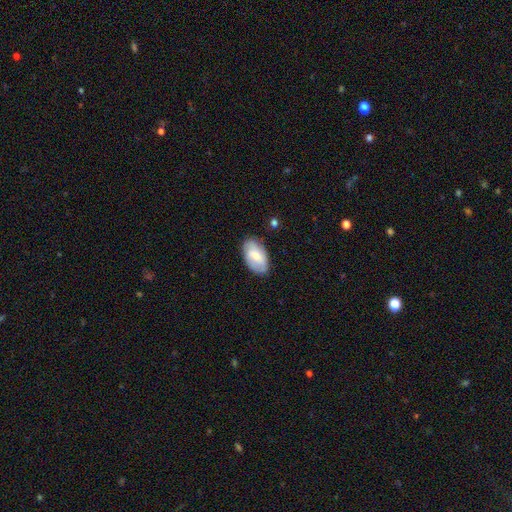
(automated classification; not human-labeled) The model was most divided on "smooth or featured": smooth: 59%, featured or disk: 34%, star or artifact: 7%. More confident: how rounded — in between (93%); merging — none (76%).